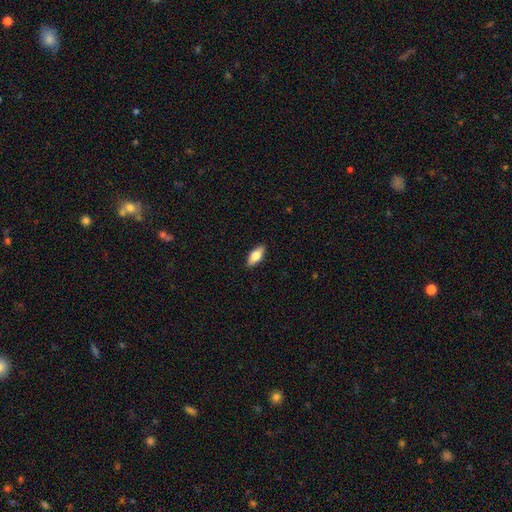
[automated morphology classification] This is likely a smooth galaxy (74%). How rounded: clearly in between (81%). Merging: clearly none (89%).